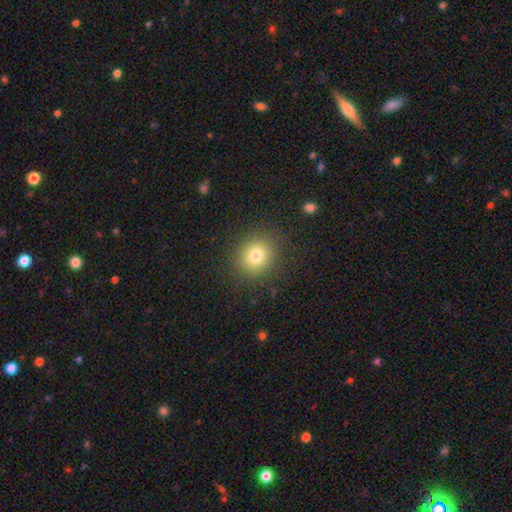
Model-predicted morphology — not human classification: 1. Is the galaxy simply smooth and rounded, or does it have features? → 78% smooth, 14% star or artifact, 9% featured or disk.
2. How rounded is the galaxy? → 82% round, 17% in between, 1% cigar-shaped.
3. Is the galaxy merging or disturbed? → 88% none, 7% minor disturbance, 3% major disturbance, 1% merger.